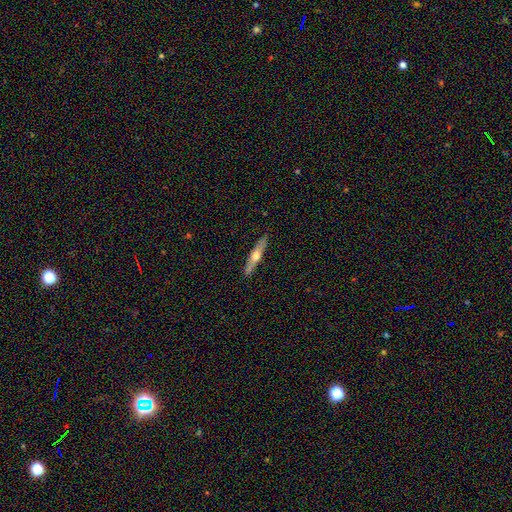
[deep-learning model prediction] Smooth or featured? featured or disk (56%)
Edge-on disk? yes (93%)
Edge-on bulge? rounded (92%)
Merging? none (89%)